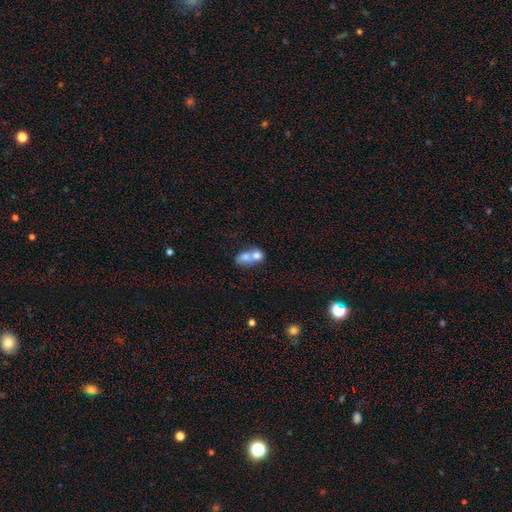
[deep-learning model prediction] The model was most divided on "how rounded": in between: 58%, round: 39%, cigar-shaped: 3%. More confident: merging — merger (74%); smooth or featured — smooth (69%).